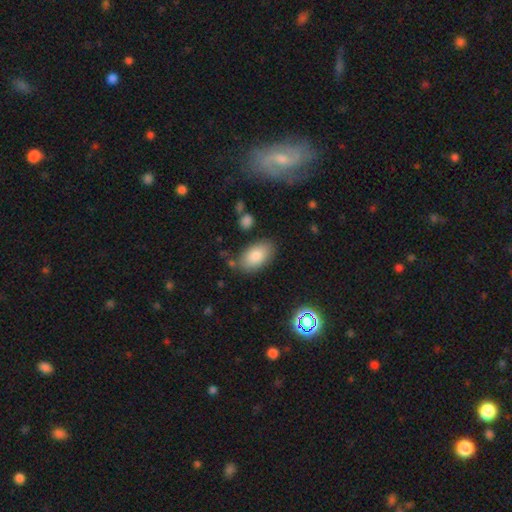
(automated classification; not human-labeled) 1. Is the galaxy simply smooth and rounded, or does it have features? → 84% smooth, 9% featured or disk, 7% star or artifact.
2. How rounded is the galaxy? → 93% in between, 4% round, 2% cigar-shaped.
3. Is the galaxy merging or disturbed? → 79% none, 14% minor disturbance, 4% merger, 4% major disturbance.